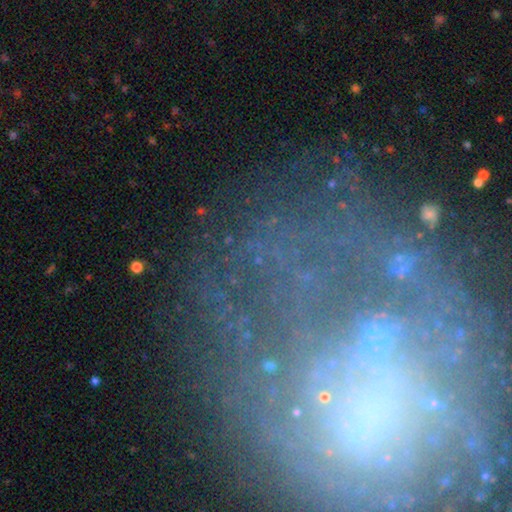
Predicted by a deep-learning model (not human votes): smooth_or_featured: featured or disk (p=0.53) [alt: star or artifact p=0.31]
disk_edge_on: no (p=0.91) [alt: yes p=0.09]
merging: none (p=0.62) [alt: minor disturbance p=0.16]